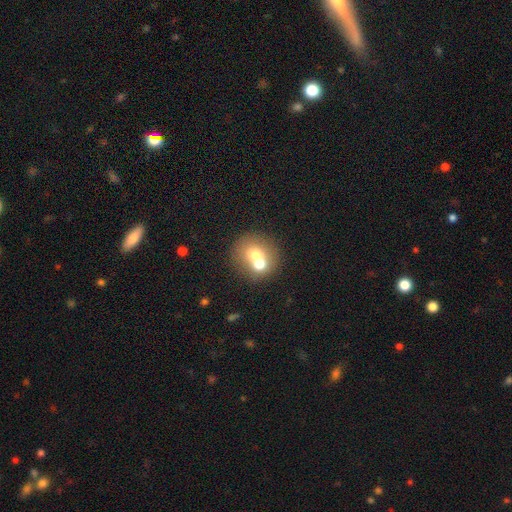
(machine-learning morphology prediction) Smooth or featured? smooth (66%)
How rounded? round (83%)
Merging? merger (50%)